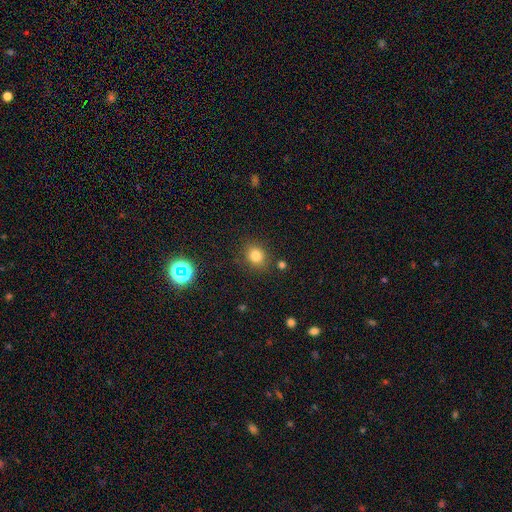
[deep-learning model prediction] A smooth galaxy with no disk features (79%) that is round (71%). Merging: none (84%).